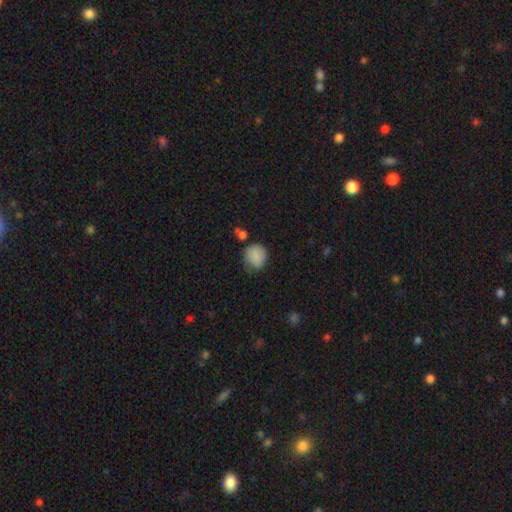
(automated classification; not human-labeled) Overall: smooth (84%). How rounded: round (77%). Merging: none (56%; minor disturbance 31%).